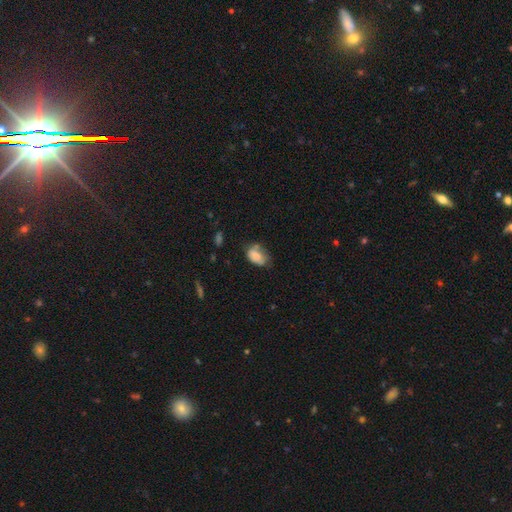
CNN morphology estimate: Smooth or featured?
  - smooth: 78% *
  - featured or disk: 13%
  - star or artifact: 9%
How rounded?
  - in between: 88% *
  - round: 10%
  - cigar-shaped: 2%
Merging?
  - none: 43% *
  - minor disturbance: 34%
  - major disturbance: 14%
  - merger: 9%